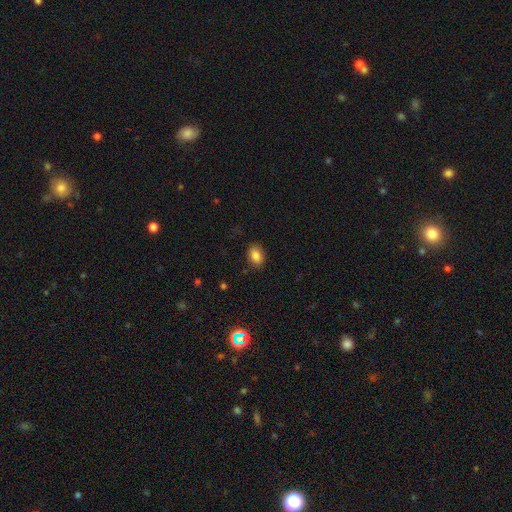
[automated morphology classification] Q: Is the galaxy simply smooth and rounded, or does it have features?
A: smooth — 85%.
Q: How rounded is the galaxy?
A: in between — 81%.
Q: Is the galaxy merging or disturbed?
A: none — 86%.